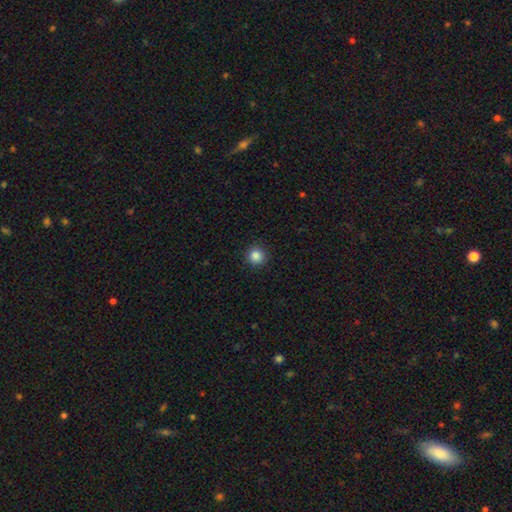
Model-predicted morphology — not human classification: smooth 86%, star or artifact 11%, featured or disk 3%. Down the decision tree: how rounded — round (95%); merging — none (92%).